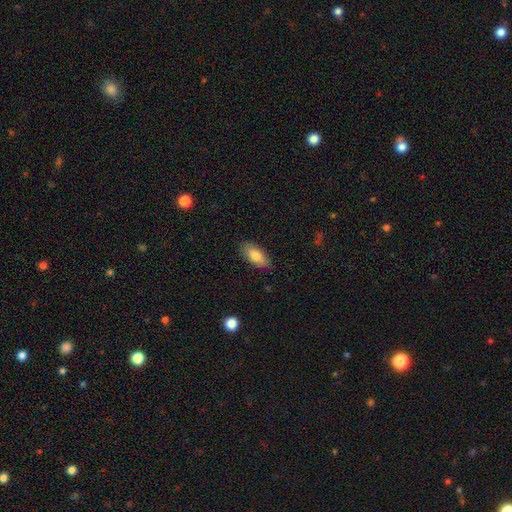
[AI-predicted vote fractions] Smooth or featured: smooth — 80% (featured or disk — 14%)
How rounded: in between — 87% (cigar-shaped — 10%)
Merging: none — 86% (minor disturbance — 11%)